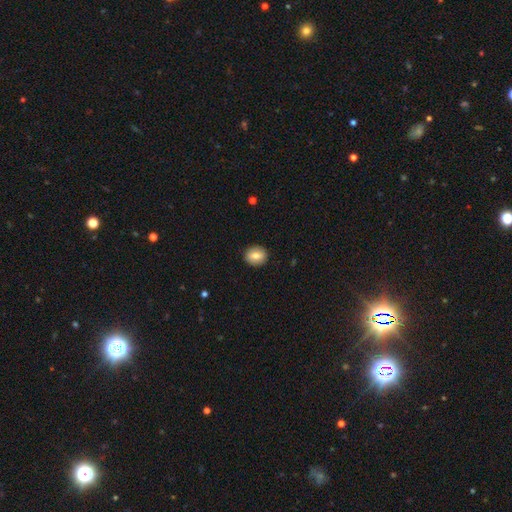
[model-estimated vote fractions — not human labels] This appears to be a smooth galaxy with no disk features (78%) that is round (68%). Merging: none (91%).